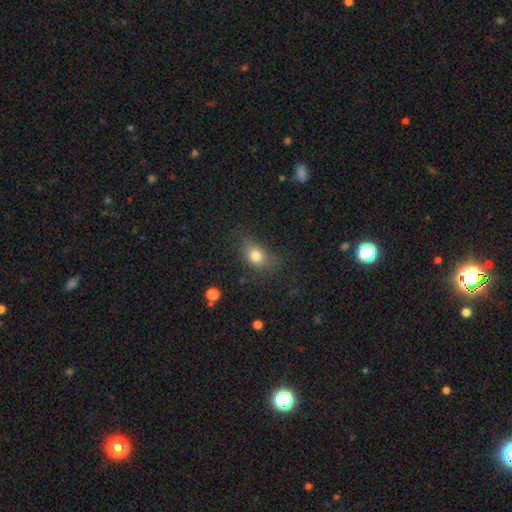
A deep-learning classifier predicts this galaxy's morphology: Smooth or featured?
  - smooth: 78% *
  - star or artifact: 12%
  - featured or disk: 10%
How rounded?
  - in between: 68% *
  - round: 29%
  - cigar-shaped: 3%
Merging?
  - none: 65% *
  - minor disturbance: 23%
  - major disturbance: 10%
  - merger: 2%